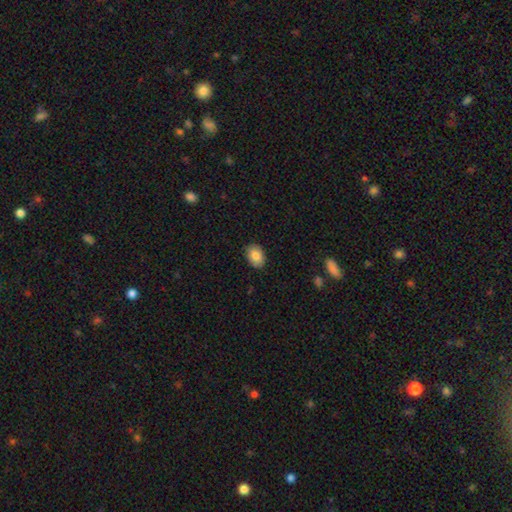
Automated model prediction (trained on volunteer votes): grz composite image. It shows a smooth galaxy with no disk features (85%) that is in between round and cigar-shaped (82%). Merging: none (88%).